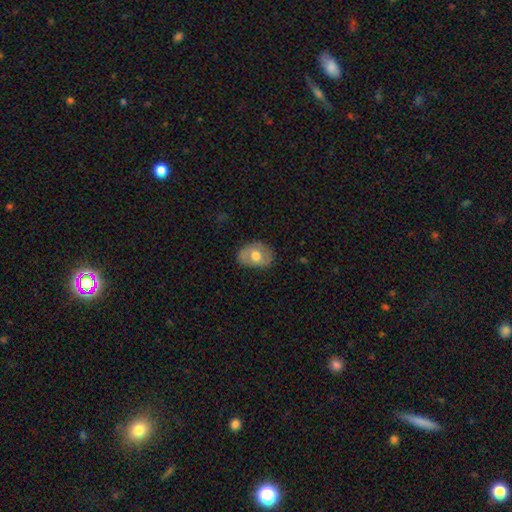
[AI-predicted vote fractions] Smooth or featured: smooth — 59% (featured or disk — 34%)
How rounded: in between — 68% (round — 31%)
Merging: none — 73% (minor disturbance — 20%)